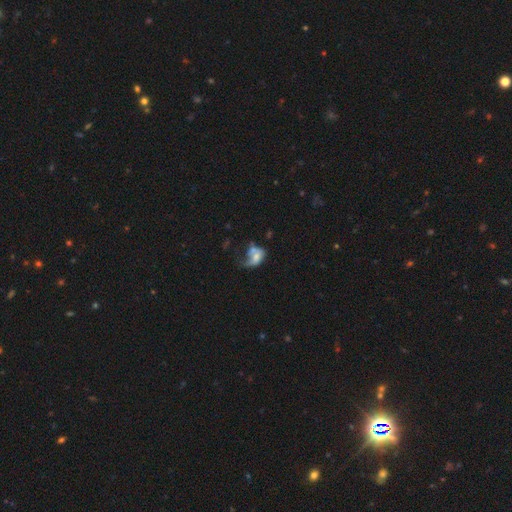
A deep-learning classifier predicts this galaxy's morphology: This is possibly a smooth galaxy (48%). Merging: marginally major disturbance (41%).